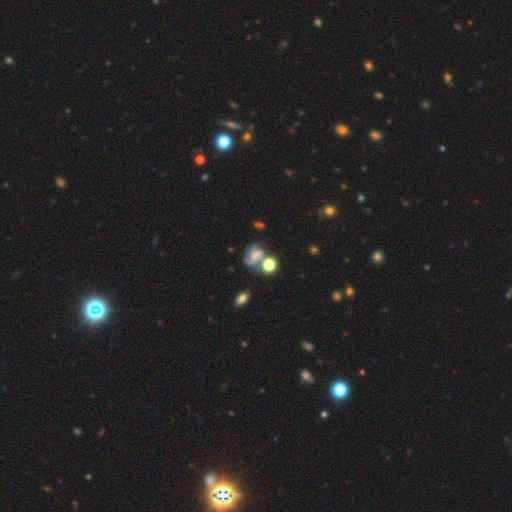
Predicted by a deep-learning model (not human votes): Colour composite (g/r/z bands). It shows a featured or disk galaxy (51%). Merging: none (42%).